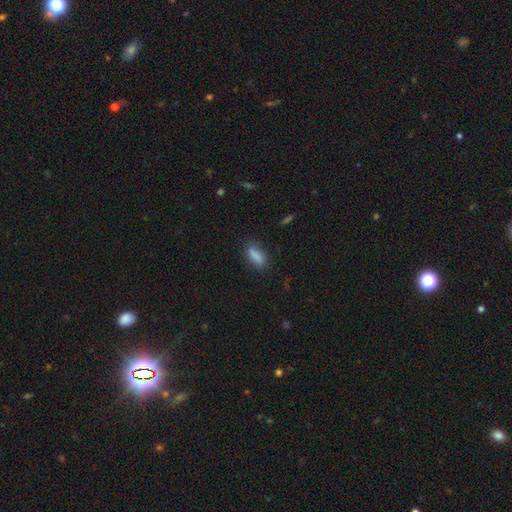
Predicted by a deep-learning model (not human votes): smooth 83%, featured or disk 9%, star or artifact 9%. Down the decision tree: how rounded — in between (68%); merging — none (72%).